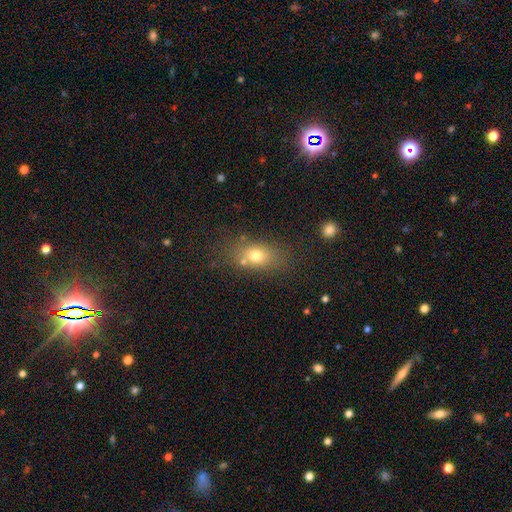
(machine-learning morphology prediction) Overall: smooth (72%). How rounded: in between (68%; round 29%). Merging: none (66%).